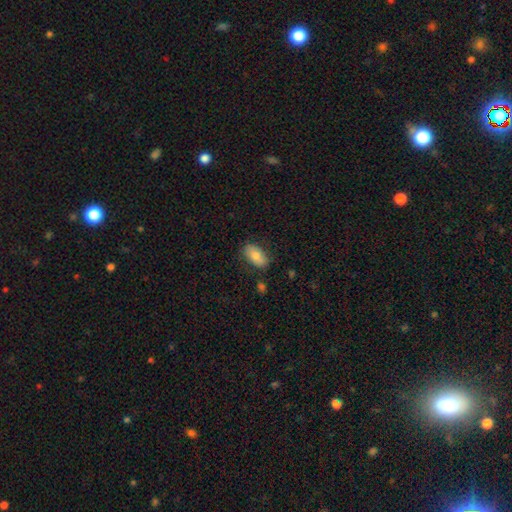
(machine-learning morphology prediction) type=smooth (82%); roundness=in between (93%); merging=none (81%).